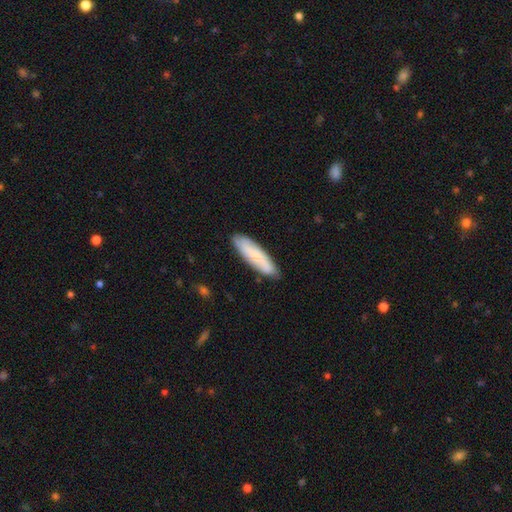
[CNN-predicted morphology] This is likely a smooth galaxy (63%). How rounded: likely cigar-shaped (65%). Merging: clearly none (85%).